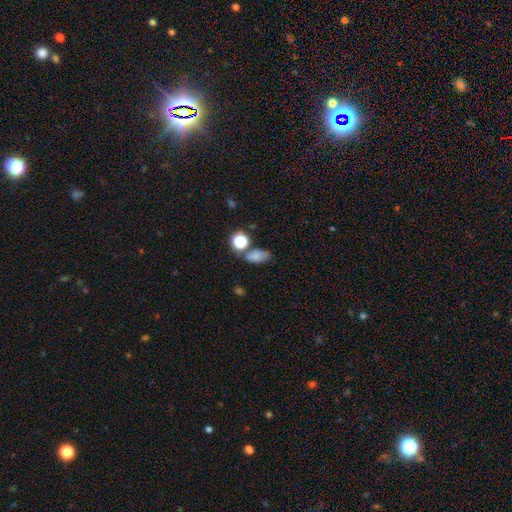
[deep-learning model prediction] Smooth or featured?
  - smooth: 74% *
  - star or artifact: 16%
  - featured or disk: 10%
How rounded?
  - in between: 80% *
  - round: 16%
  - cigar-shaped: 4%
Merging?
  - none: 54% *
  - merger: 20%
  - minor disturbance: 18%
  - major disturbance: 8%